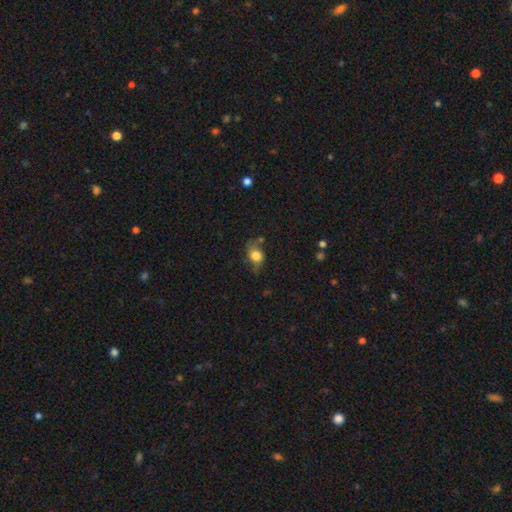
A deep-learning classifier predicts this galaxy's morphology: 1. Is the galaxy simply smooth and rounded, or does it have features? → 70% smooth, 20% featured or disk, 9% star or artifact.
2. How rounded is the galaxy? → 55% in between, 43% round, 2% cigar-shaped.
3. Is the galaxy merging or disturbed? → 56% none, 29% minor disturbance, 11% major disturbance, 4% merger.